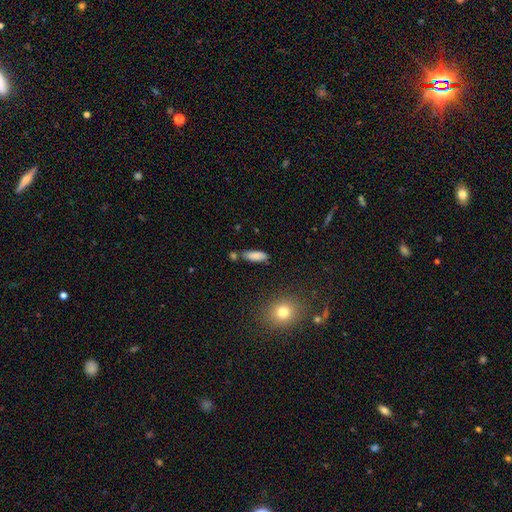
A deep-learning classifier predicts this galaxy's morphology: A smooth galaxy with no disk features (83%) that is in between round and cigar-shaped (65%).

Vote fractions:
- Smooth or featured? smooth: 83% / featured or disk: 9% / star or artifact: 8%
- How rounded? in between: 65% / cigar-shaped: 32% / round: 2%
- Merging? none: 71% / minor disturbance: 16% / merger: 10% / major disturbance: 4%